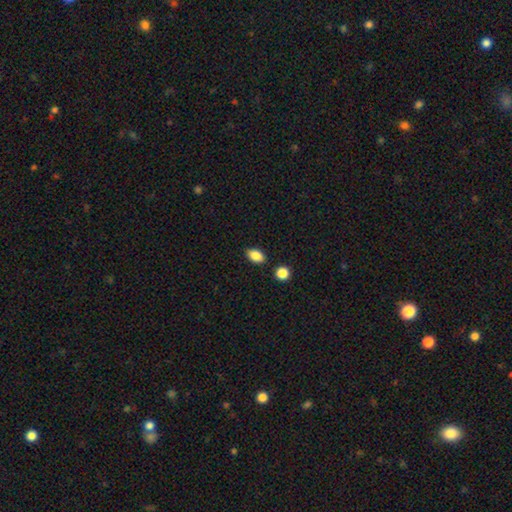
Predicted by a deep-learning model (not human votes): smooth-or-featured: smooth: 87% | star or artifact: 9% | featured or disk: 5%
  how-rounded: in between: 87% | round: 12% | cigar-shaped: 2%
  merging: none: 87% | minor disturbance: 8% | merger: 3% | major disturbance: 2%